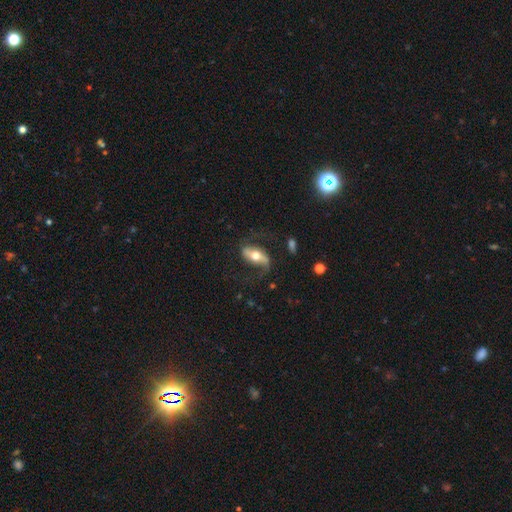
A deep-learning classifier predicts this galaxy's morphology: The model was most divided on "bar": strong: 42%, no: 33%, weak: 25%. More confident: edge-on disk — no (85%); spiral arms — yes (84%); bulge size — moderate (70%); smooth or featured — featured or disk (67%); merging — none (64%).